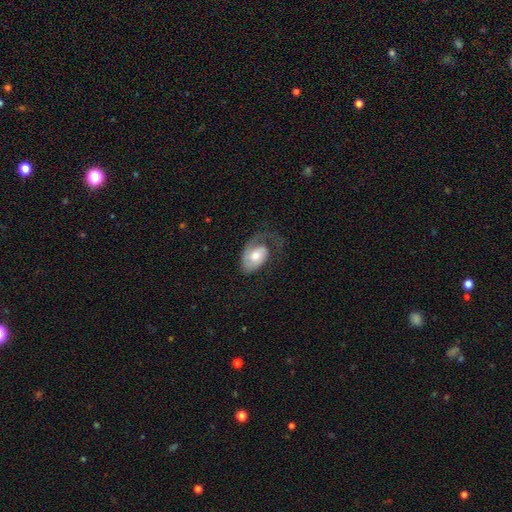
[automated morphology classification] This is likely a featured or disk galaxy (67%). It is clearly not viewed edge-on (96%). Bar: likely no (71%). Spiral arm pattern: clearly yes (89%). Spiral arm count: likely 1 (79%). Spiral winding: marginally tight (41%). Central bulge: likely moderate (61%). Merging: marginally major disturbance (39%).